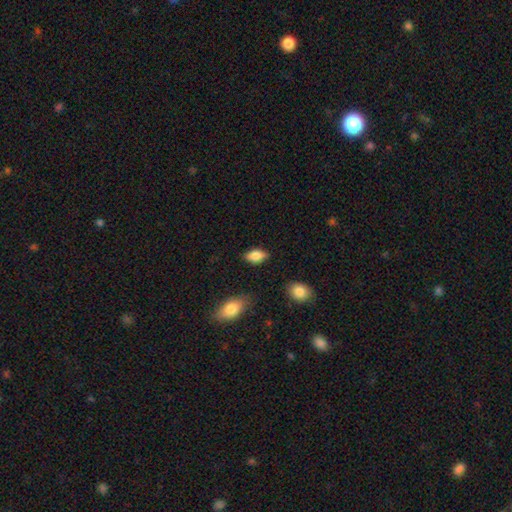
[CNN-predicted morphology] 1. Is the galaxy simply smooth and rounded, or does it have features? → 81% smooth, 12% featured or disk, 7% star or artifact.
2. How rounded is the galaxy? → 89% in between, 5% round, 5% cigar-shaped.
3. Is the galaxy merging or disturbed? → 83% none, 12% minor disturbance, 3% major disturbance, 2% merger.